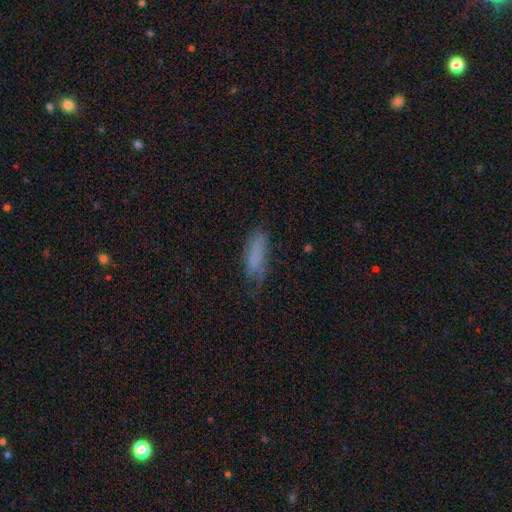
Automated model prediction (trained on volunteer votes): This appears to be a smooth galaxy with no disk features (74%) that is in between round and cigar-shaped (54%). Merging: none (54%).